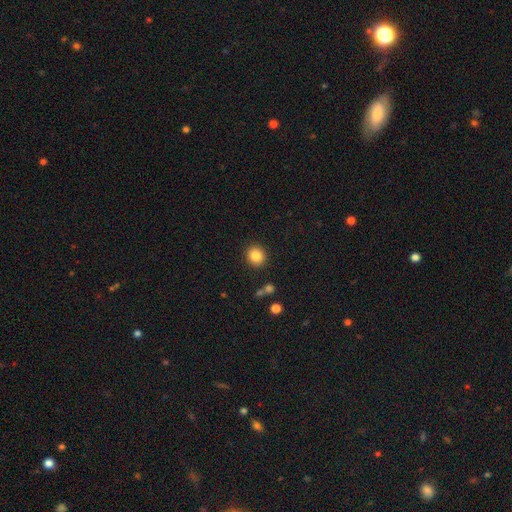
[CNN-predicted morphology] Smooth or featured? smooth (84%)
How rounded? round (84%)
Merging? none (89%)